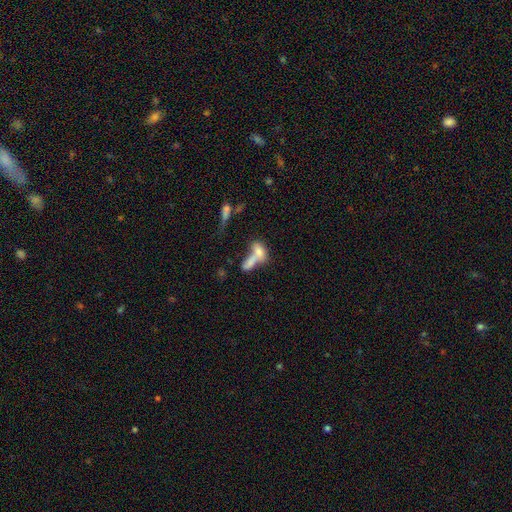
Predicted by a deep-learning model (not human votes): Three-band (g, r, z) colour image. It shows a smooth galaxy with no disk features (65%) that is in between round and cigar-shaped (73%). Merging: merger (64%).